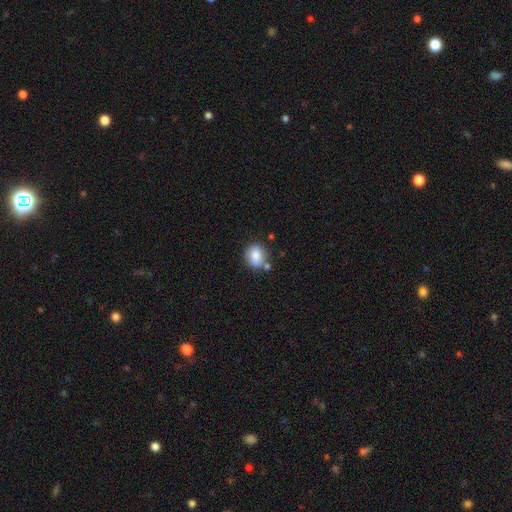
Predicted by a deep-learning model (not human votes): A smooth galaxy with no disk features (82%) that is round (63%).

Vote fractions:
- Smooth or featured? smooth: 82% / featured or disk: 9% / star or artifact: 8%
- How rounded? round: 63% / in between: 36% / cigar-shaped: 1%
- Merging? none: 69% / minor disturbance: 14% / merger: 13% / major disturbance: 3%